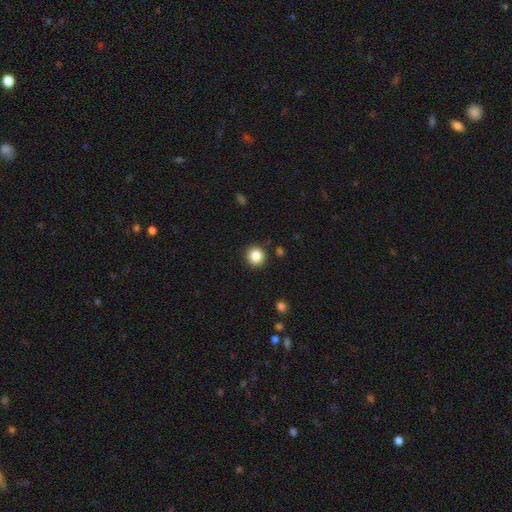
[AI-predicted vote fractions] A smooth galaxy with no disk features (85%) that is round (92%). Merging: none (90%).